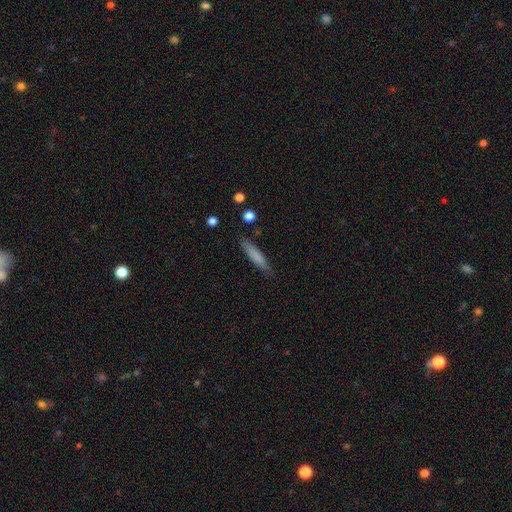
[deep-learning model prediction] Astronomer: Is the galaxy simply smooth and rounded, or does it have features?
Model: smooth — 77%.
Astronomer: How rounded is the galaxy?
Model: cigar-shaped — 87%.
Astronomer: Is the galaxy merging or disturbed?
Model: none — 84%.